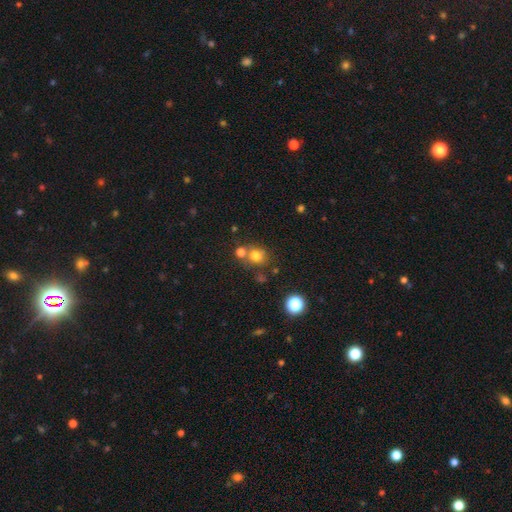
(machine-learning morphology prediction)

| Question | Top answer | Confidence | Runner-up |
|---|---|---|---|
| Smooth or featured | smooth | 75% | star or artifact (16%) |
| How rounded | round | 81% | in between (18%) |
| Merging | none | 59% | merger (27%) |